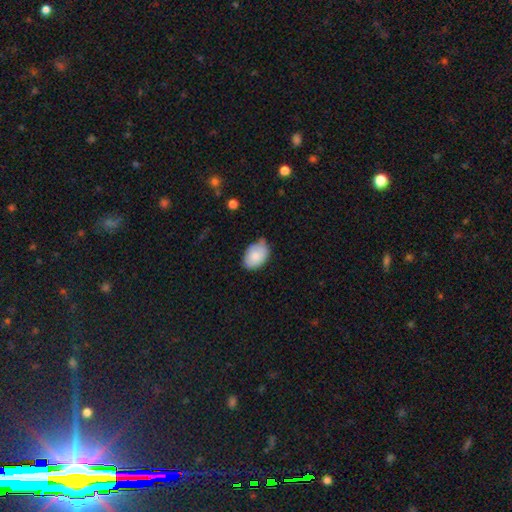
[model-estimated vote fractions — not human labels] Smooth or featured? smooth (85%)
How rounded? in between (88%)
Merging? none (58%)